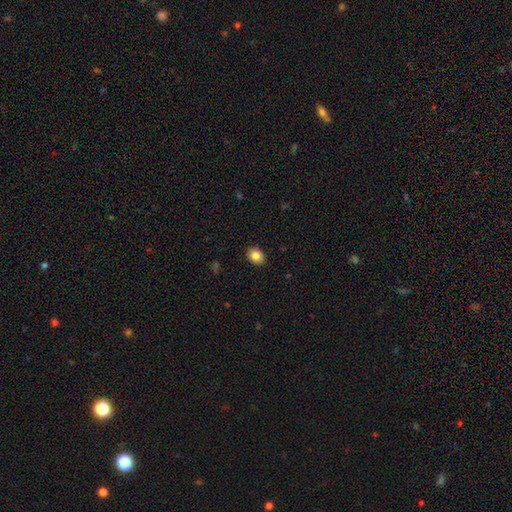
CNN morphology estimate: Smooth or featured? Predicted: smooth (p=0.85). How rounded? Predicted: in between (p=0.68). Merging? Predicted: none (p=0.88).